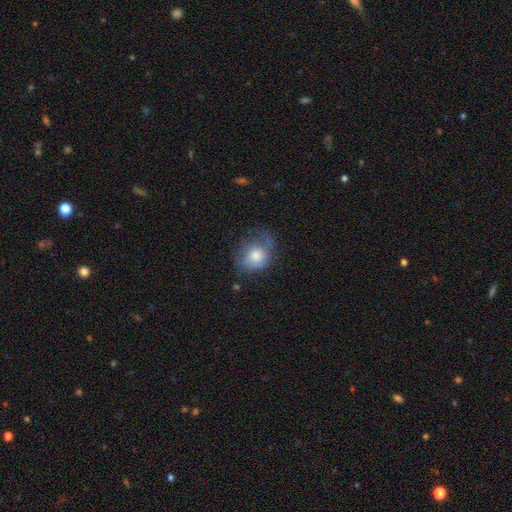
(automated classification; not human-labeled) This is likely a smooth galaxy (68%). How rounded: likely round (62%). Merging: marginally none (41%).